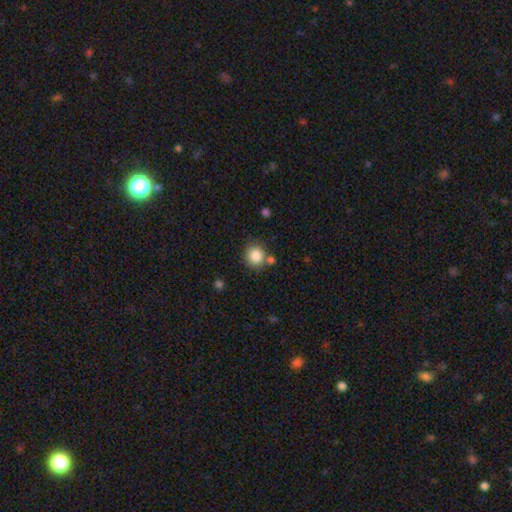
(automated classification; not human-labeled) This appears to be a smooth galaxy with no disk features (86%) that is round (89%). Merging: none (74%).